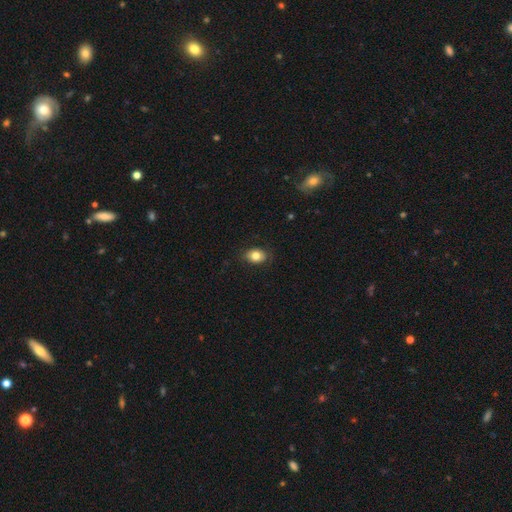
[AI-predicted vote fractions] This is clearly a smooth galaxy (80%). How rounded: likely in between (71%). Merging: clearly none (83%).